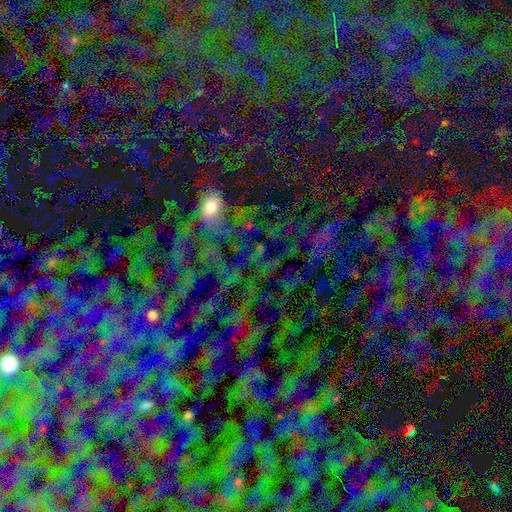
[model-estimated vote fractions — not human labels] smooth-or-featured: star or artifact: 65% | smooth: 21% | featured or disk: 15%